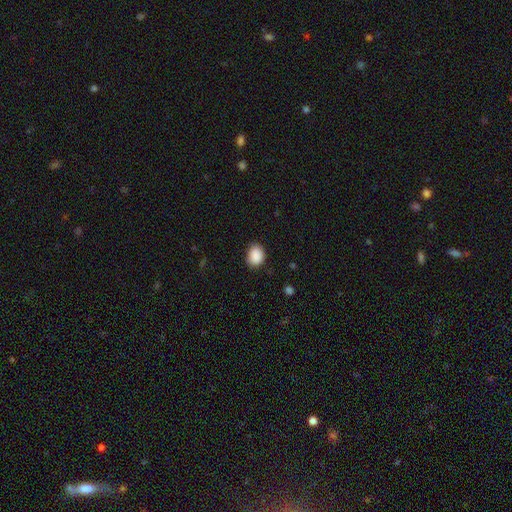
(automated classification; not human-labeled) This is clearly a smooth galaxy (89%). How rounded: possibly in between (57%). Merging: clearly none (83%).